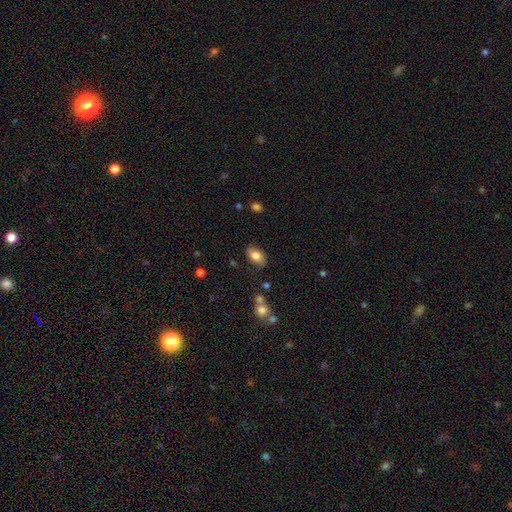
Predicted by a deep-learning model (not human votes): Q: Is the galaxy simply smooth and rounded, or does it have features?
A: smooth — 81%.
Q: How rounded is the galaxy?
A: in between — 90%.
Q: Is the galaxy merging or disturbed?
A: none — 82%.